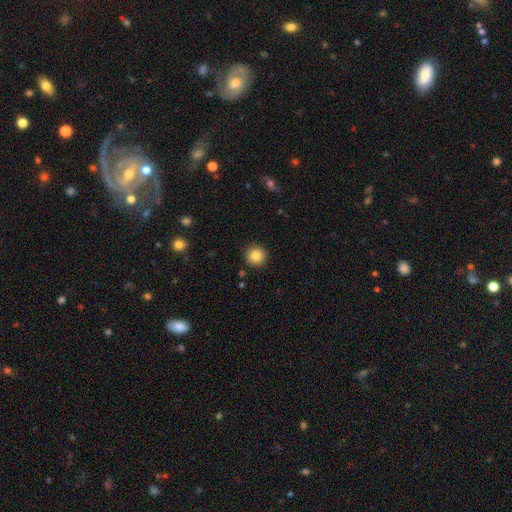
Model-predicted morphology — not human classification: Q: Smooth or featured?
A: smooth (86%); runner-up: star or artifact (10%)
Q: How rounded?
A: round (95%); runner-up: in between (4%)
Q: Merging?
A: none (91%); runner-up: minor disturbance (6%)